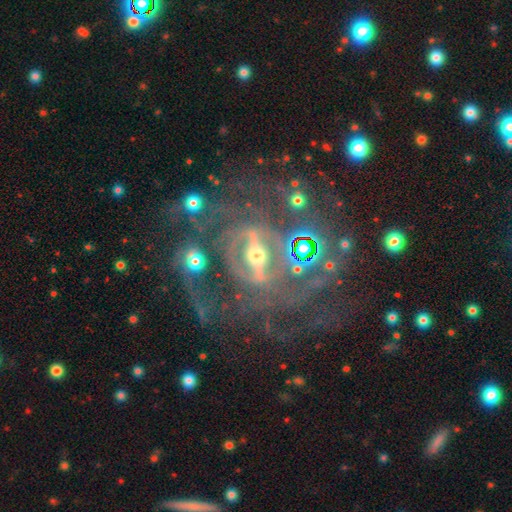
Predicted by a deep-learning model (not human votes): This is clearly a featured or disk galaxy (87%). It is clearly not viewed edge-on (94%). Bar: likely strong (63%). Spiral arm pattern: clearly yes (86%). Spiral arm count: marginally can't tell (35%). Spiral winding: possibly tight (48%). Central bulge: possibly small (49%). Merging: possibly none (54%).